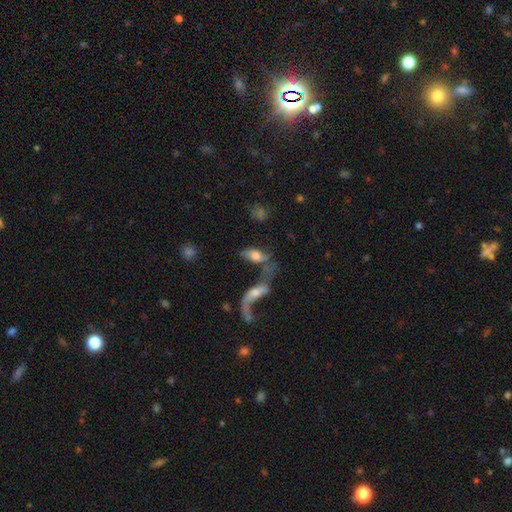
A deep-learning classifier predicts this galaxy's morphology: type=smooth (50%); roundness=in between (82%); merging=merger (53%).